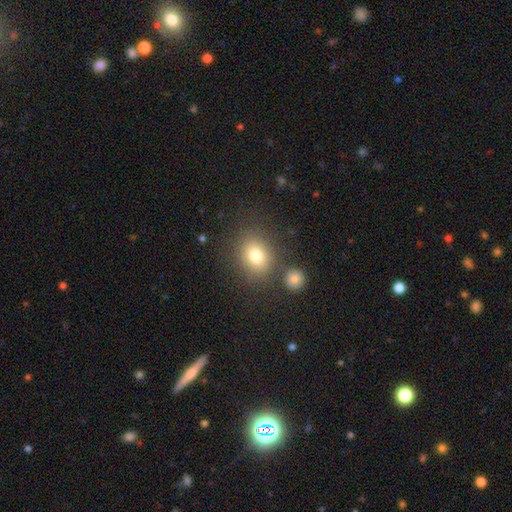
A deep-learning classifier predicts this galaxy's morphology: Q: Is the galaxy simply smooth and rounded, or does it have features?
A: smooth — 78%.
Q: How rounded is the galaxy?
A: round — 52%.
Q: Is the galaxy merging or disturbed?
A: none — 75%.